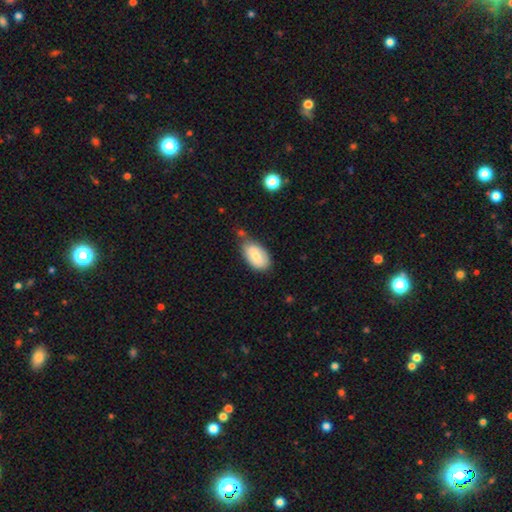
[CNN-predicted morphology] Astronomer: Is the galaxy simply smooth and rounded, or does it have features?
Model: smooth — 75%.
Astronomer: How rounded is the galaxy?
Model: in between — 94%.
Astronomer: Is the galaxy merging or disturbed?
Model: none — 57%.